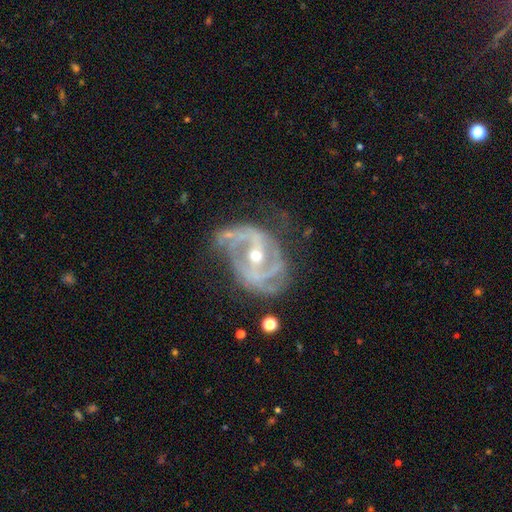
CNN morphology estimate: type=featured or disk (90%); edge-on=no (97%); bar=strong (43%); spiral arms=yes (96%); winding=medium (48%); arm count=2 (55%); bulge=moderate (58%); merging=none (52%).